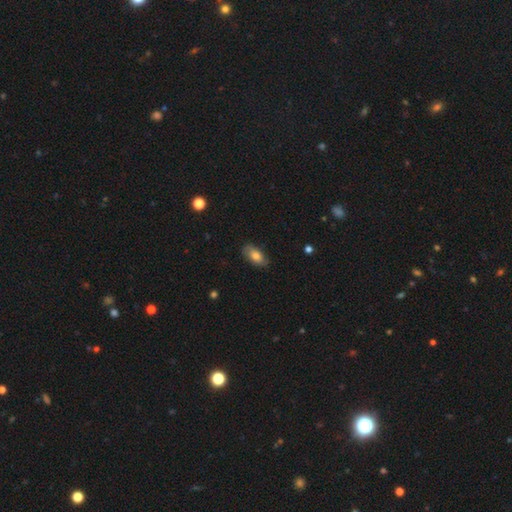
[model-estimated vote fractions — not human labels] Q: Smooth or featured?
A: smooth (72%); runner-up: featured or disk (20%)
Q: How rounded?
A: in between (89%); runner-up: cigar-shaped (7%)
Q: Merging?
A: none (81%); runner-up: minor disturbance (15%)